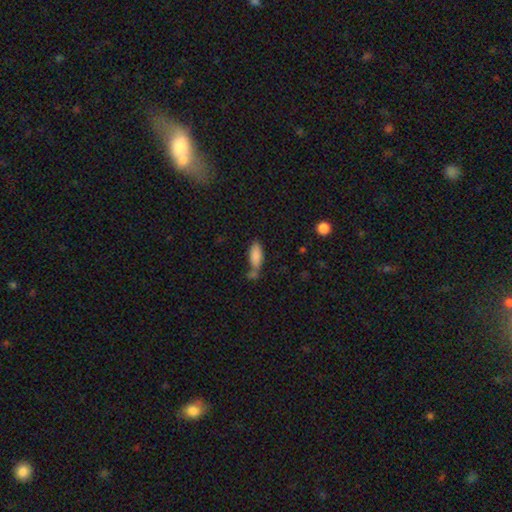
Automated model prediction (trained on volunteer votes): smooth 84%, star or artifact 8%, featured or disk 8%. Down the decision tree: how rounded — in between (76%); merging — none (42%).